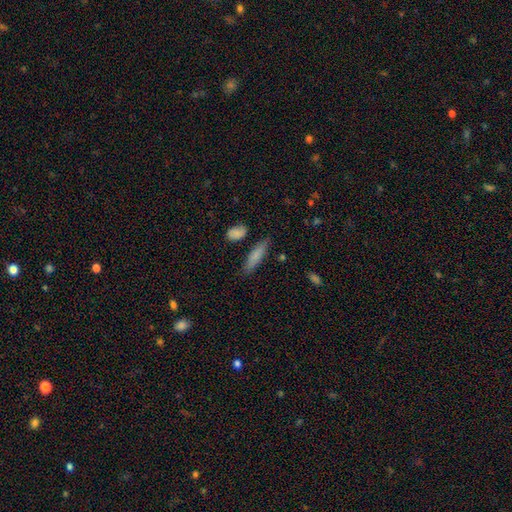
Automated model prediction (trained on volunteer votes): Smooth or featured? smooth (78%)
How rounded? cigar-shaped (63%)
Merging? none (80%)